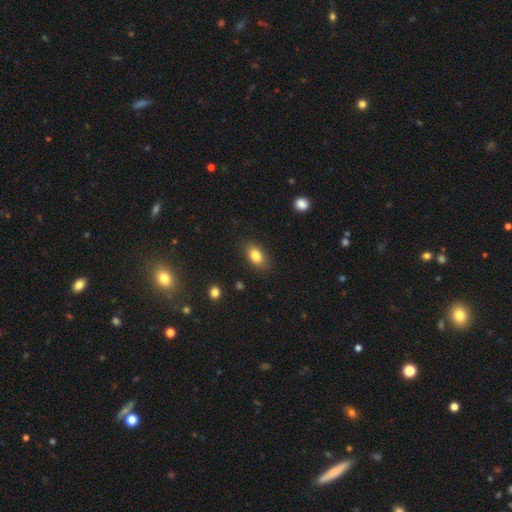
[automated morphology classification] smooth-or-featured: smooth: 82% | featured or disk: 10% | star or artifact: 8%
  how-rounded: in between: 88% | round: 9% | cigar-shaped: 3%
  merging: none: 86% | minor disturbance: 10% | major disturbance: 3% | merger: 1%